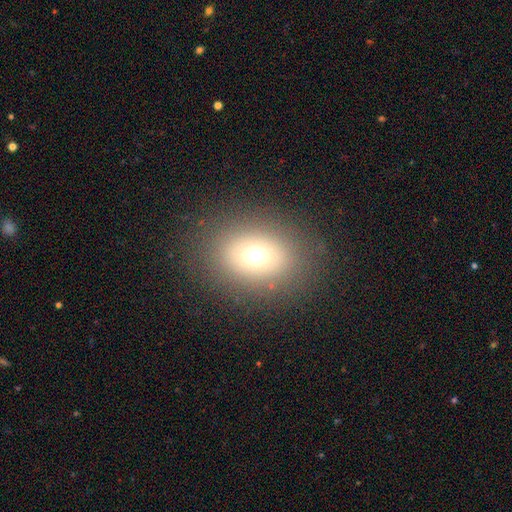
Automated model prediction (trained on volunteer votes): A smooth galaxy with no disk features (67%) that is round (50%). Merging: none (85%).